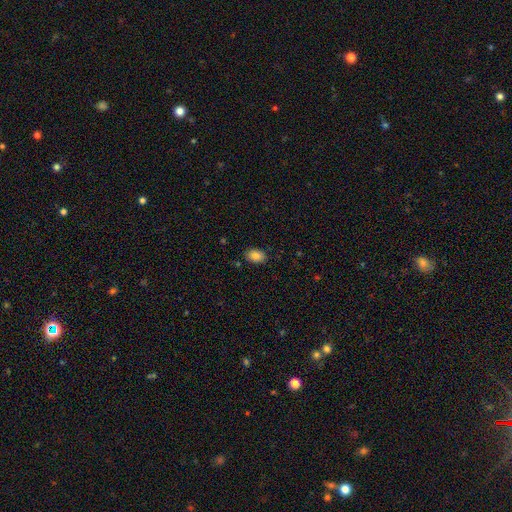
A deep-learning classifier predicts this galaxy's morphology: type=smooth (82%); roundness=in between (84%); merging=none (86%).